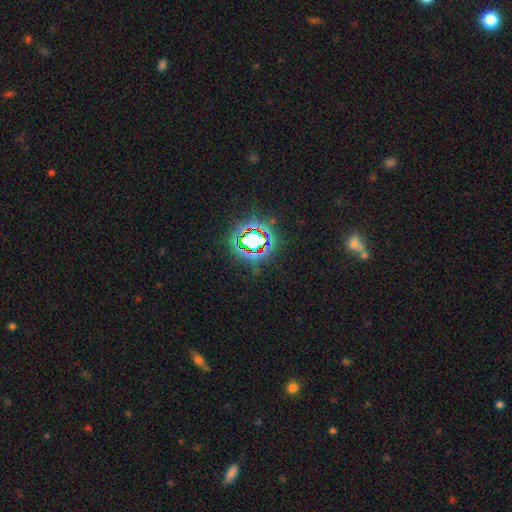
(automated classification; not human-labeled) smooth_or_featured: star or artifact (p=0.79) [alt: smooth p=0.13]